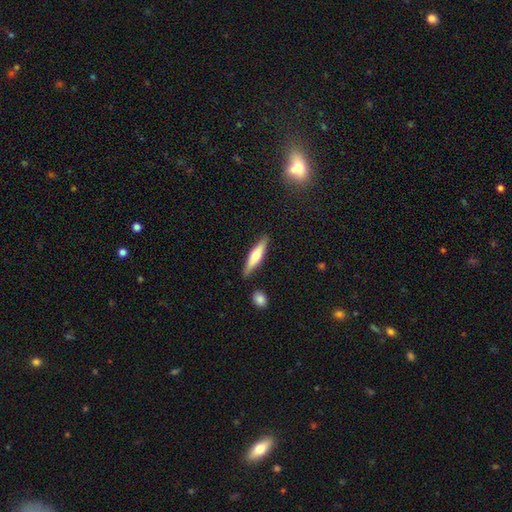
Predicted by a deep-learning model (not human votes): The model was most divided on "smooth or featured": smooth: 51%, featured or disk: 44%, star or artifact: 6%. More confident: merging — none (85%); how rounded — cigar-shaped (78%).